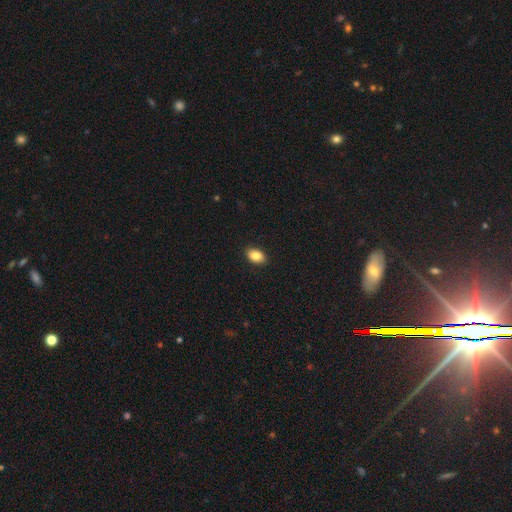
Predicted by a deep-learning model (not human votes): Smooth or featured? Predicted: smooth (p=0.87). How rounded? Predicted: in between (p=0.88). Merging? Predicted: none (p=0.90).